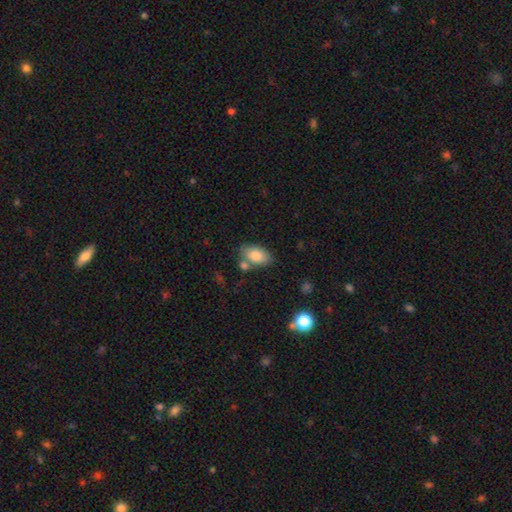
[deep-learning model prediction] smooth 80%, featured or disk 13%, star or artifact 7%. Down the decision tree: how rounded — in between (92%); merging — none (67%).